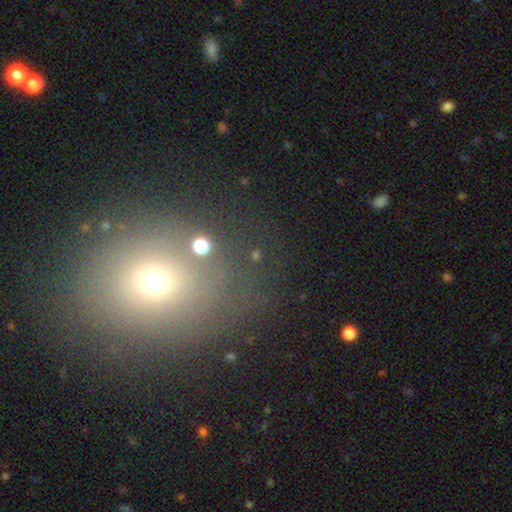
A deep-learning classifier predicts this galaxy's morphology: Smooth or featured: smooth — 46% (star or artifact — 43%)
Merging: none — 78% (minor disturbance — 9%)